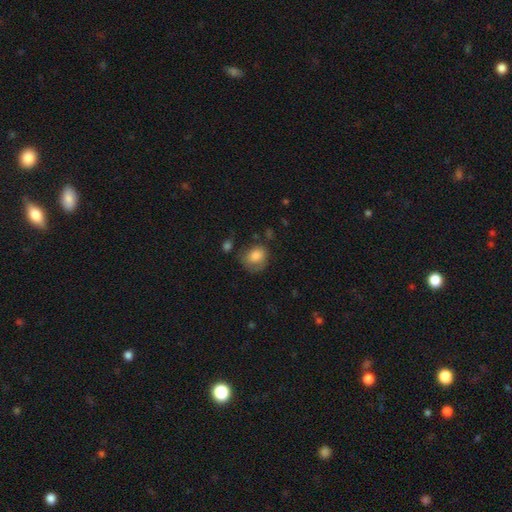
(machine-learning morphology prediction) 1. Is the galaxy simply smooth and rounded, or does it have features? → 80% smooth, 12% featured or disk, 8% star or artifact.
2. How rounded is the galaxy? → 57% round, 42% in between, 1% cigar-shaped.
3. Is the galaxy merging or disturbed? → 50% none, 29% minor disturbance, 16% major disturbance, 5% merger.